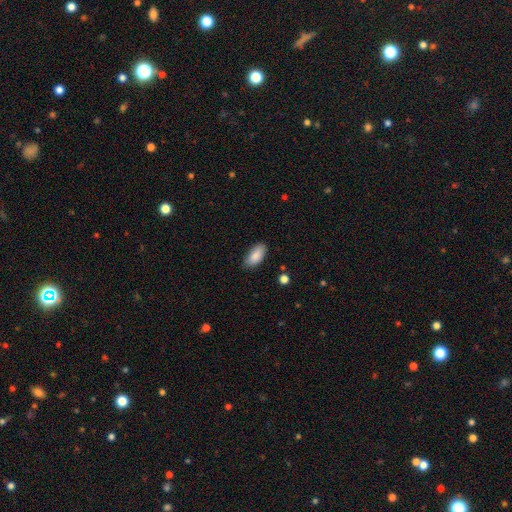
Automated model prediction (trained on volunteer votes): A smooth galaxy with no disk features (88%) that is in between round and cigar-shaped (92%).

Vote fractions:
- Smooth or featured? smooth: 88% / star or artifact: 7% / featured or disk: 5%
- How rounded? in between: 92% / cigar-shaped: 6% / round: 2%
- Merging? none: 83% / minor disturbance: 13% / major disturbance: 2% / merger: 1%